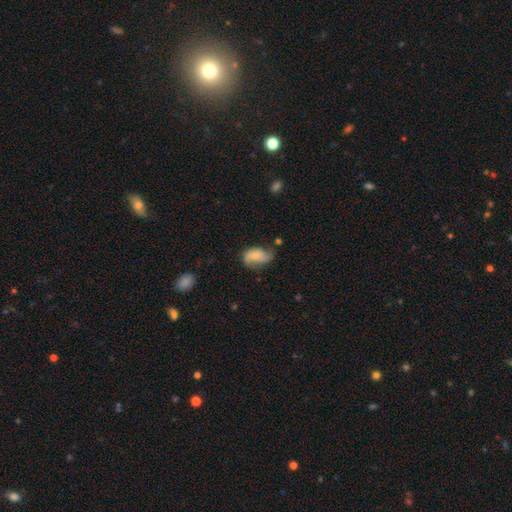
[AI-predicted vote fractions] Smooth or featured? Predicted: featured or disk (p=0.48). Merging? Predicted: none (p=0.46).